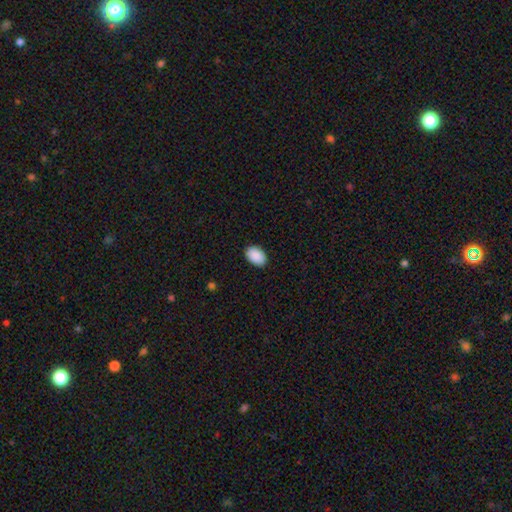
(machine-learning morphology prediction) This appears to be a smooth galaxy with no disk features (91%) that is in between round and cigar-shaped (89%). Merging: none (90%).